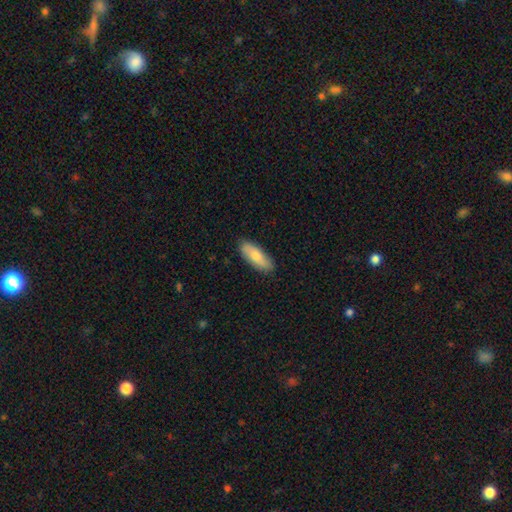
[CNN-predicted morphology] type=smooth (76%); roundness=in between (71%); merging=none (85%).